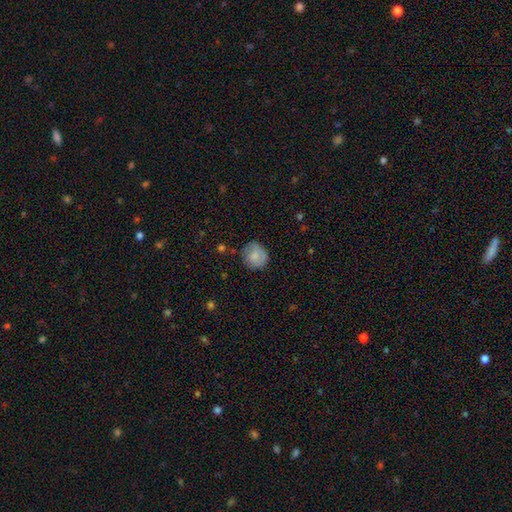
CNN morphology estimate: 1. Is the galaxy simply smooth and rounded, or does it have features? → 73% smooth, 19% featured or disk, 8% star or artifact.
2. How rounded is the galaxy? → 83% round, 16% in between, 1% cigar-shaped.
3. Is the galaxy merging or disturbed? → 67% none, 25% minor disturbance, 7% major disturbance, 2% merger.